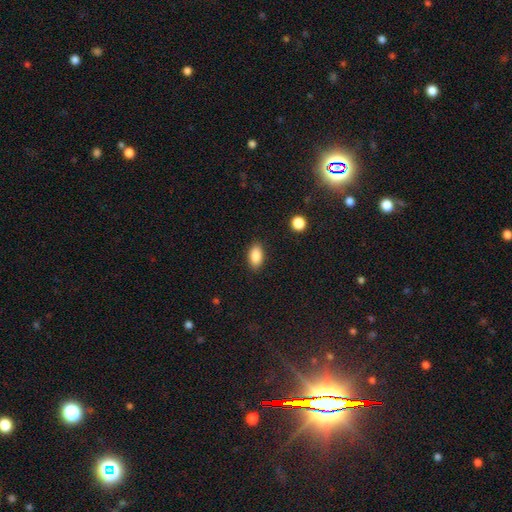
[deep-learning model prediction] A smooth galaxy with no disk features (88%) that is in between round and cigar-shaped (92%). Merging: none (88%).